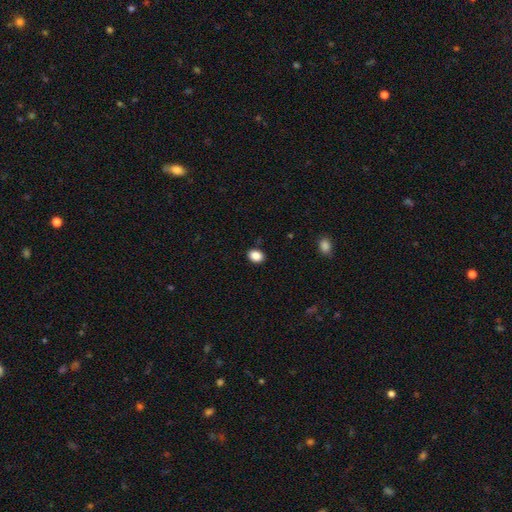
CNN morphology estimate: A smooth galaxy with no disk features (88%) that is in between round and cigar-shaped (67%). Merging: none (88%).